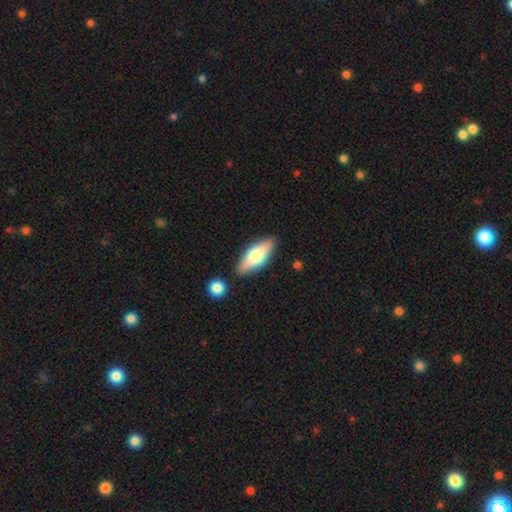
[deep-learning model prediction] smooth_or_featured: smooth (p=0.68) [alt: featured or disk p=0.27]
how_rounded: in between (p=0.72) [alt: cigar-shaped p=0.26]
merging: none (p=0.82) [alt: minor disturbance p=0.11]